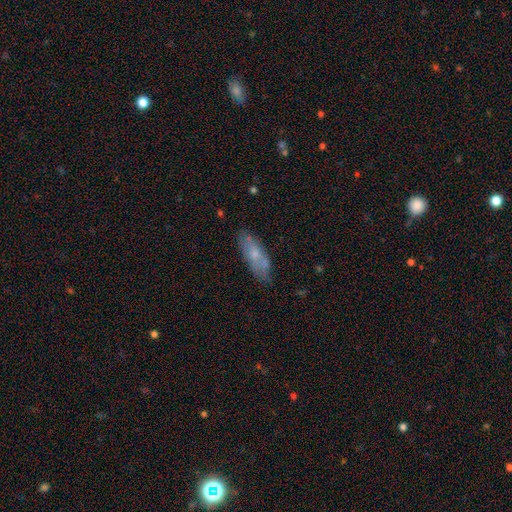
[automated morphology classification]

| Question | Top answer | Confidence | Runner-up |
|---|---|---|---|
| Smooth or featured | smooth | 61% | featured or disk (32%) |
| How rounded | in between | 61% | cigar-shaped (36%) |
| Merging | none | 66% | minor disturbance (23%) |